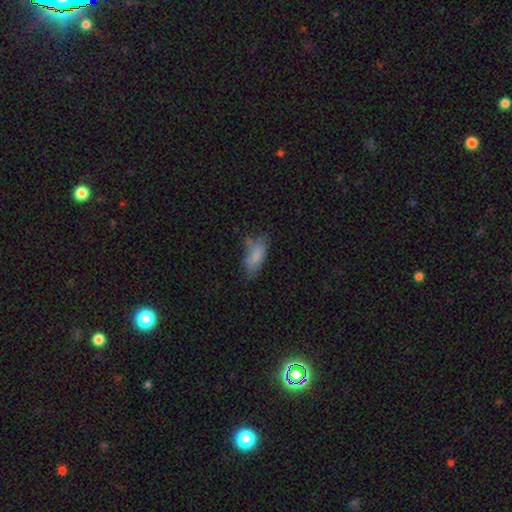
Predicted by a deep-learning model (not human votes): Smooth or featured? smooth (75%)
How rounded? in between (82%)
Merging? none (48%)